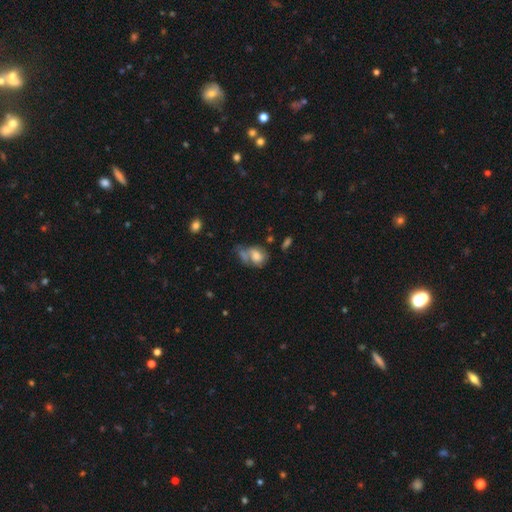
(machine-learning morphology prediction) This appears to be a smooth galaxy with no disk features (62%) that is in between round and cigar-shaped (67%). Merging: merger (35%).